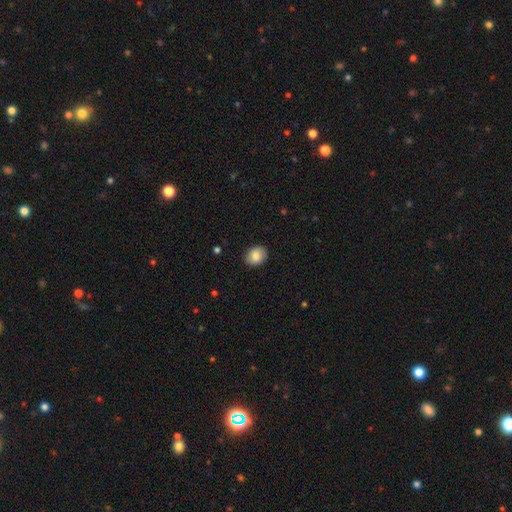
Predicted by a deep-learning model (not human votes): This appears to be a smooth galaxy with no disk features (85%) that is round (50%). Merging: none (88%).